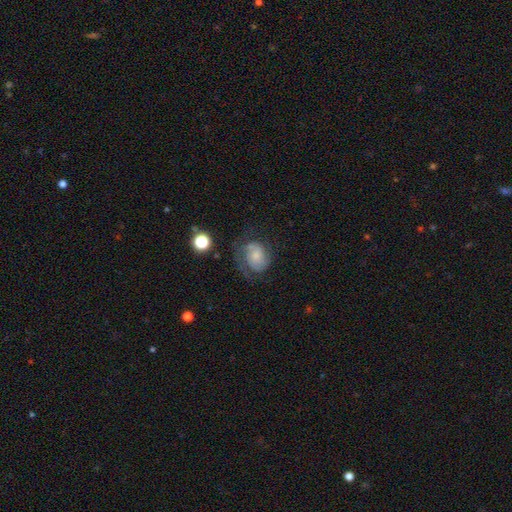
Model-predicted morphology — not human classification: This appears to be a featured or disk galaxy (64%) with no bar (73%), 2 (56%) medium (41%) spiral arms (89%) and a small central bulge (49%). Merging: none (50%).